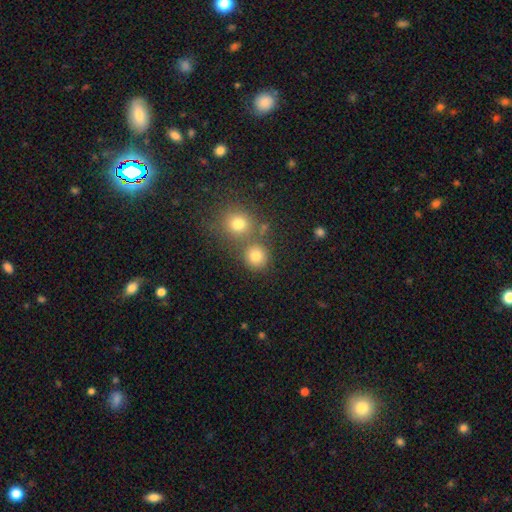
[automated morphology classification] Smooth or featured: smooth — 78% (star or artifact — 15%)
How rounded: round — 89% (in between — 10%)
Merging: none — 70% (merger — 19%)